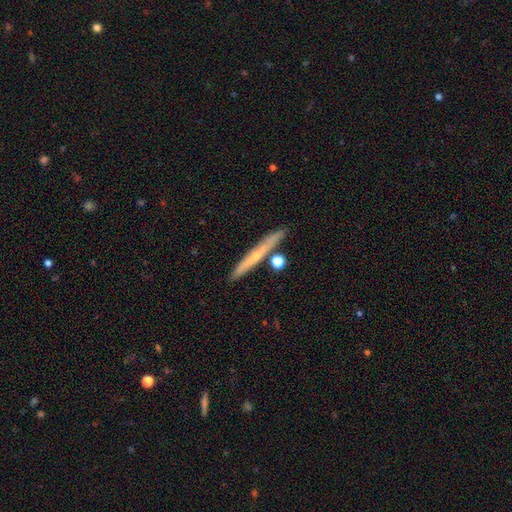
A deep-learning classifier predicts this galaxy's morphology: The model was most divided on "smooth or featured": featured or disk: 48%, smooth: 45%, star or artifact: 7%. More confident: merging — none (83%).